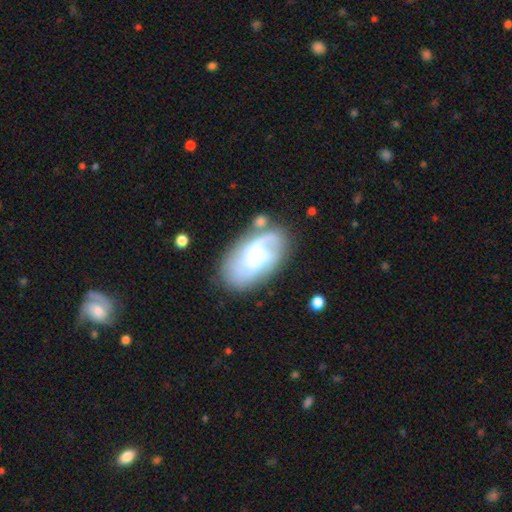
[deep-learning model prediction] Smooth or featured? Predicted: featured or disk (p=0.66). Edge-on disk? Predicted: no (p=0.96). Bar? Predicted: no (p=0.64). Spiral arms? Predicted: yes (p=0.84). Spiral winding? Predicted: medium (p=0.39). Spiral arm count? Predicted: 2 (p=0.38). Bulge size? Predicted: small (p=0.50). Merging? Predicted: none (p=0.58).